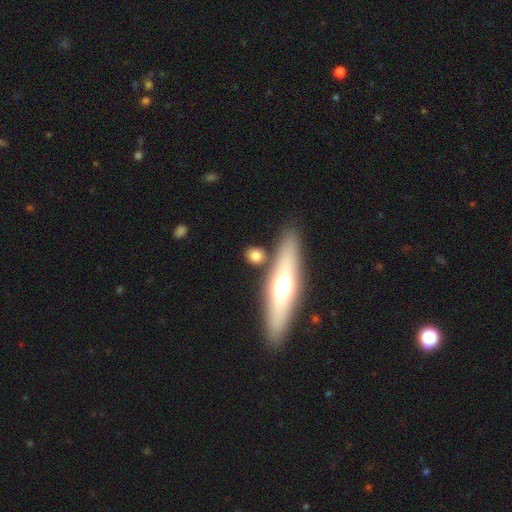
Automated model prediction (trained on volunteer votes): This appears to be a smooth galaxy with no disk features (71%) that is round (47%). Merging: none (77%).